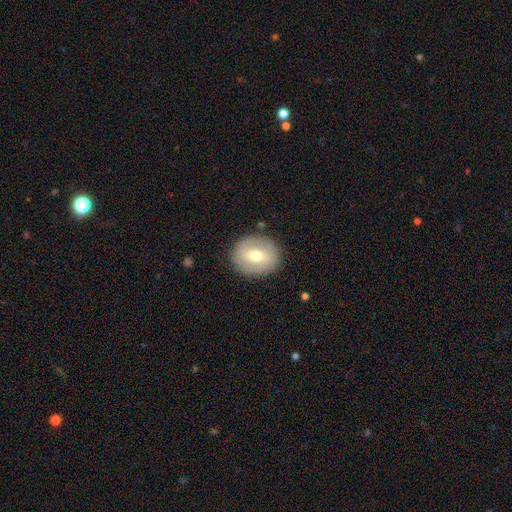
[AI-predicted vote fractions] smooth 50%, featured or disk 43%, star or artifact 7%. Down the decision tree: how rounded — round (81%); merging — none (87%).